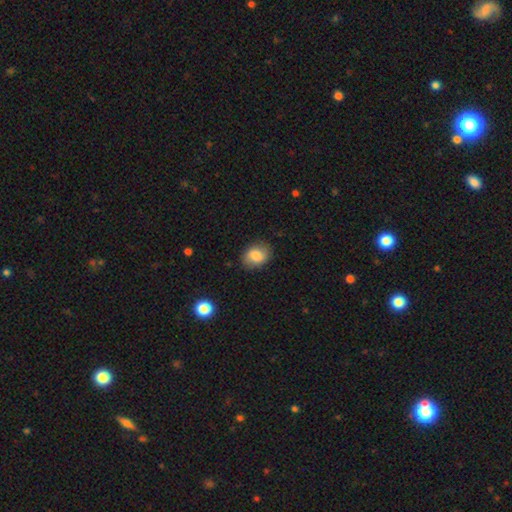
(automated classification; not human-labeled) smooth-or-featured: smooth: 80% | featured or disk: 13% | star or artifact: 8%
  how-rounded: in between: 62% | round: 37% | cigar-shaped: 1%
  merging: none: 81% | minor disturbance: 14% | major disturbance: 4% | merger: 1%